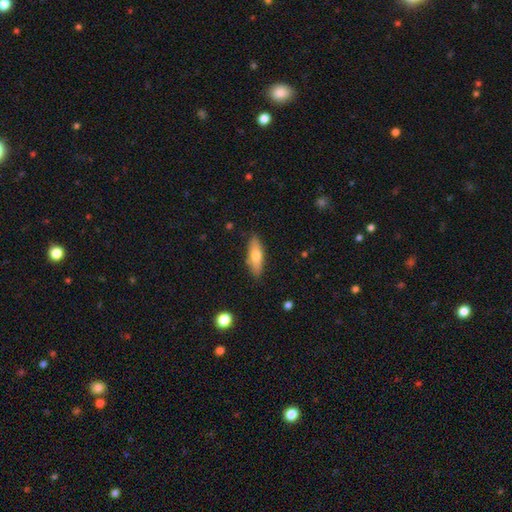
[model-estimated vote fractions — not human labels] The model was most divided on "how rounded": in between: 56%, cigar-shaped: 42%, round: 3%. More confident: merging — none (84%); smooth or featured — smooth (66%).